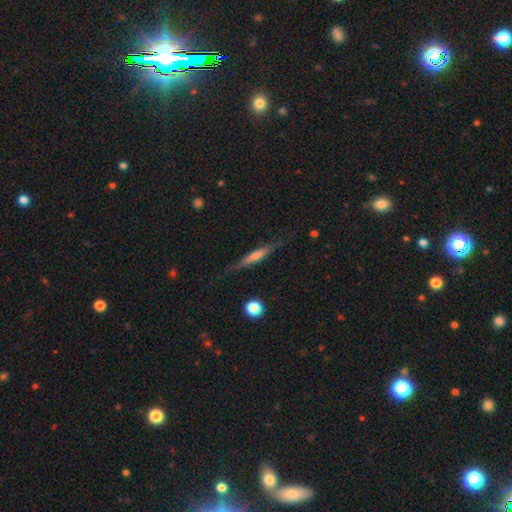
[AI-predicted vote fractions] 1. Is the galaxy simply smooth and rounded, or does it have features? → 57% featured or disk, 35% smooth, 8% star or artifact.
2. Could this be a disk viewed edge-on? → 95% yes, 5% no.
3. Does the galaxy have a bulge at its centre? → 47% none, 35% rounded, 18% boxy.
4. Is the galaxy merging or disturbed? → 82% none, 13% minor disturbance, 3% major disturbance, 2% merger.